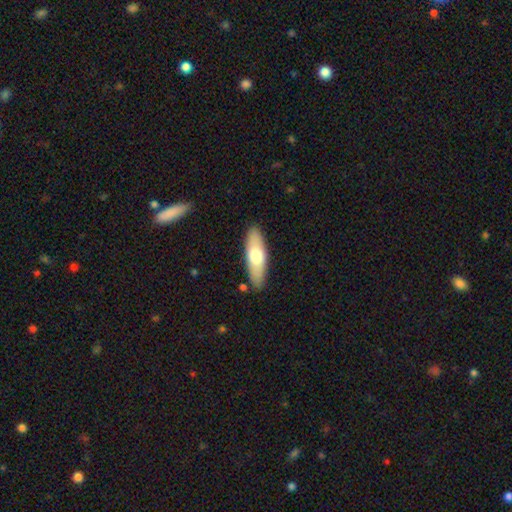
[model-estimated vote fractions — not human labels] A smooth galaxy with no disk features (66%) that is in between round and cigar-shaped (55%). Merging: none (86%).